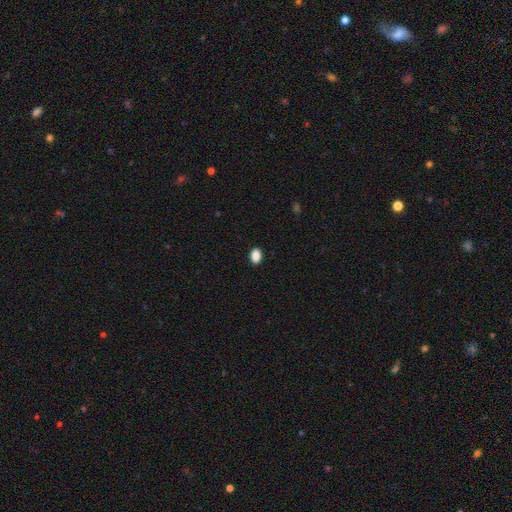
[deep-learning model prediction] Overall: smooth (89%). How rounded: in between (84%). Merging: none (90%).